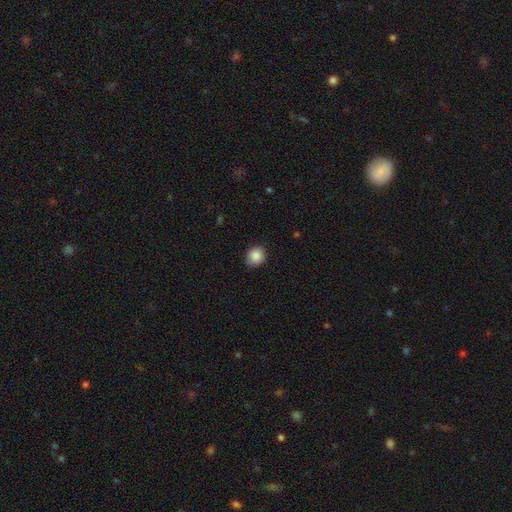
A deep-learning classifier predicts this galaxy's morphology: This appears to be a smooth galaxy with no disk features (88%) that is round (78%). Merging: none (81%).